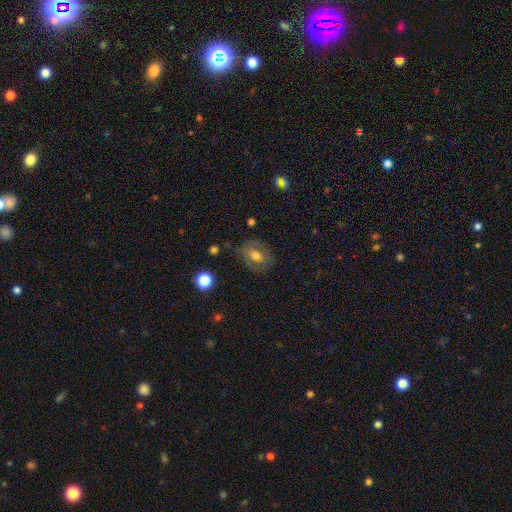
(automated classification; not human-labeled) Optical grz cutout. It shows a smooth galaxy with no disk features (62%) that is in between round and cigar-shaped (64%). Merging: none (75%).